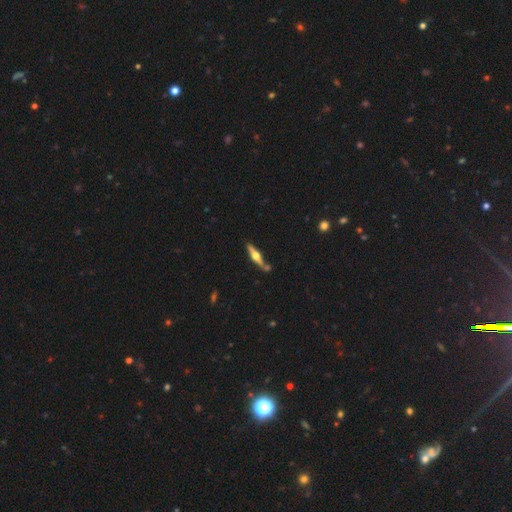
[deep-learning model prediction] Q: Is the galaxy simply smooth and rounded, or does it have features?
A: featured or disk — 73%.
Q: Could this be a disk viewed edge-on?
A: yes — 96%.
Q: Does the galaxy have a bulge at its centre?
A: rounded — 94%.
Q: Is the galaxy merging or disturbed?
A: none — 74%.